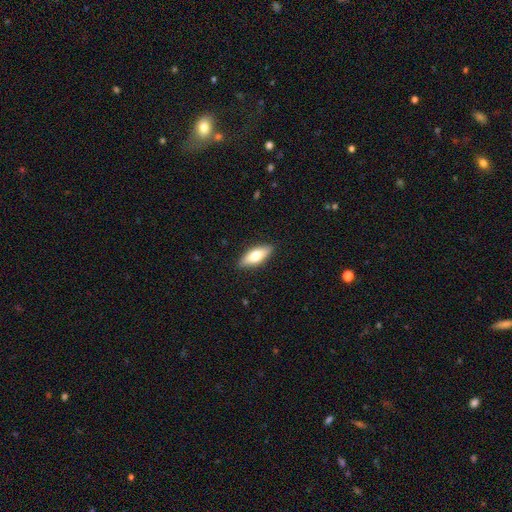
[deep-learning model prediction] smooth 69%, featured or disk 25%, star or artifact 6%. Down the decision tree: how rounded — in between (70%); merging — none (88%).